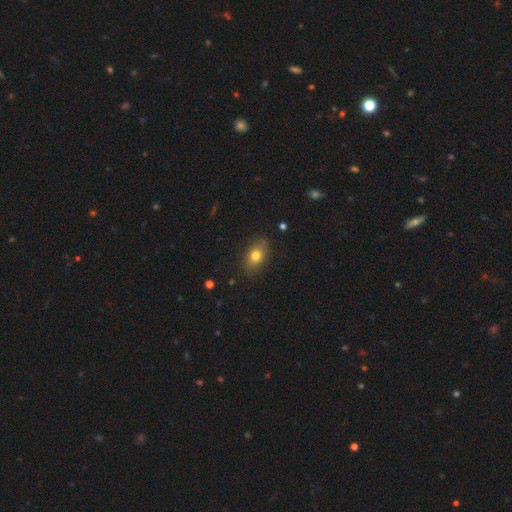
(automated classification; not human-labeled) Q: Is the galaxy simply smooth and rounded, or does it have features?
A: smooth — 78%.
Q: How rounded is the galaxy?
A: in between — 78%.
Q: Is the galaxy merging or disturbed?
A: none — 84%.